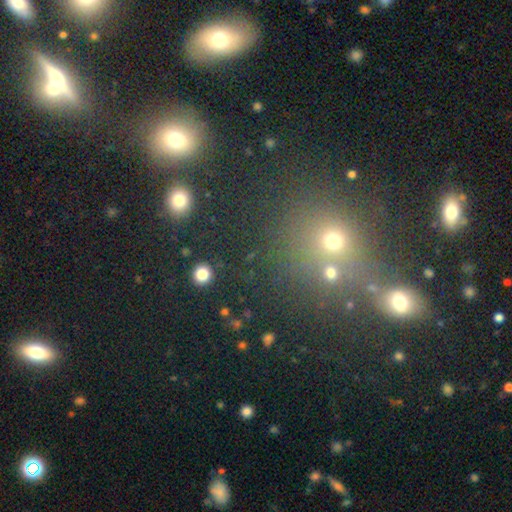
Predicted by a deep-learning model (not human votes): A smooth galaxy with no disk features (54%) that is round (81%). Merging: none (71%).